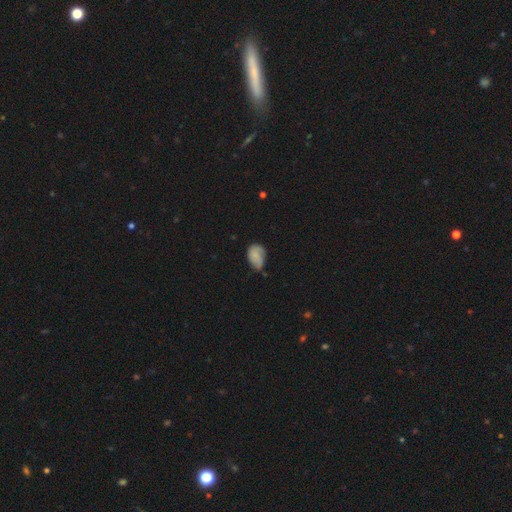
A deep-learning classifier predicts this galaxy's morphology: A smooth galaxy with no disk features (69%) that is in between round and cigar-shaped (80%).

Vote fractions:
- Smooth or featured? smooth: 69% / featured or disk: 22% / star or artifact: 9%
- How rounded? in between: 80% / round: 18% / cigar-shaped: 1%
- Merging? minor disturbance: 44% / none: 40% / major disturbance: 13% / merger: 3%